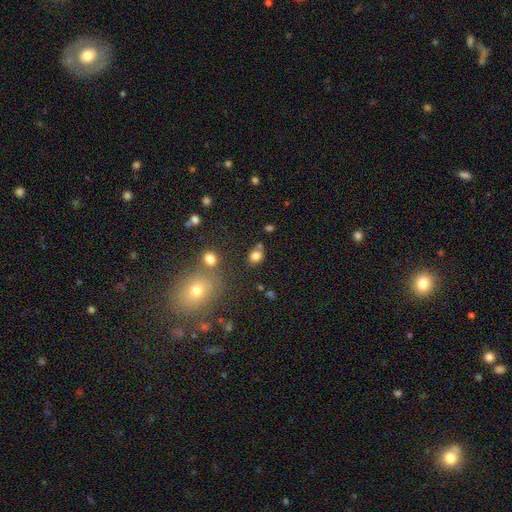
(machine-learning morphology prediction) Smooth or featured? Predicted: smooth (p=0.79). How rounded? Predicted: in between (p=0.51). Merging? Predicted: none (p=0.66).